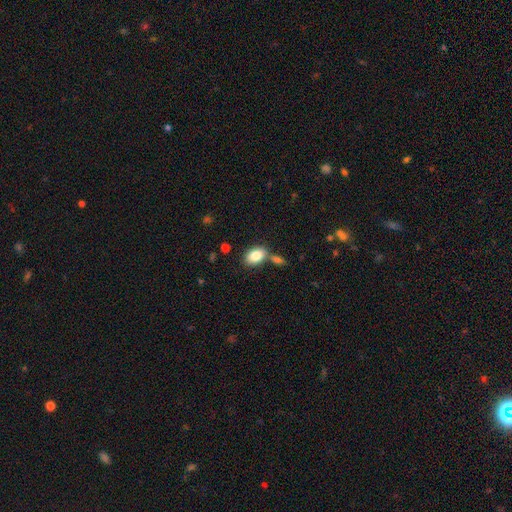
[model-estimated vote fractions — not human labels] Morphology: type=smooth (85%); roundness=in between (88%); merging=none (61%).